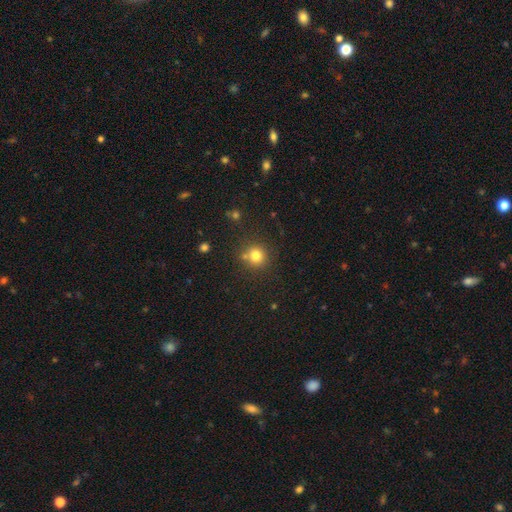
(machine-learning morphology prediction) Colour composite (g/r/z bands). It shows a smooth galaxy with no disk features (78%) that is round (92%). Merging: none (76%).